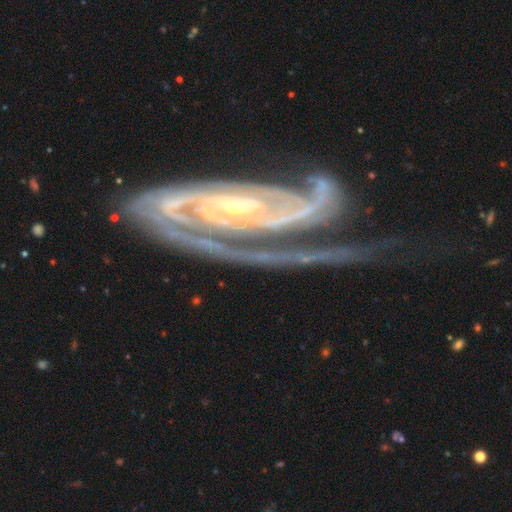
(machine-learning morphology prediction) smooth_or_featured: featured or disk (p=0.92) [alt: star or artifact p=0.05]
disk_edge_on: no (p=0.95) [alt: yes p=0.05]
bar: no (p=0.45) [alt: strong p=0.28]
has_spiral_arms: yes (p=0.98) [alt: no p=0.02]
spiral_winding: tight (p=0.64) [alt: medium p=0.30]
spiral_arm_count: 2 (p=0.56) [alt: 3 p=0.16]
bulge_size: small (p=0.82) [alt: moderate p=0.13]
merging: none (p=0.45) [alt: major disturbance p=0.27]